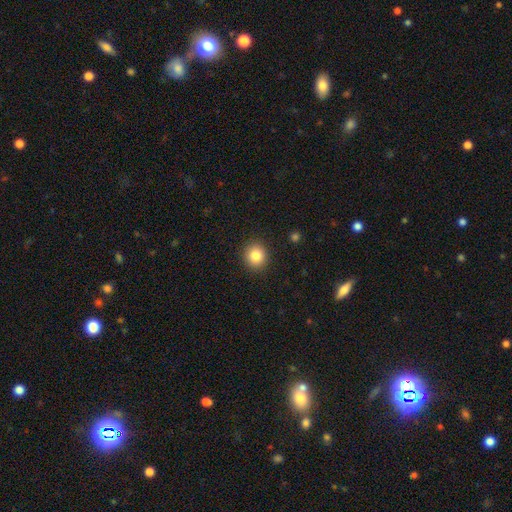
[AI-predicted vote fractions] Smooth or featured? Predicted: smooth (p=0.84). How rounded? Predicted: round (p=0.89). Merging? Predicted: none (p=0.91).